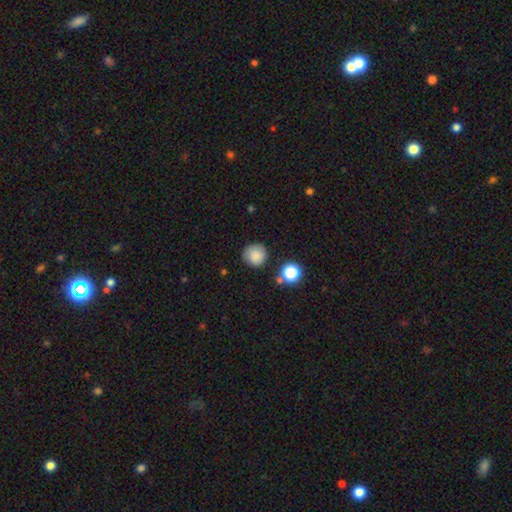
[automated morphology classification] Smooth or featured? Predicted: smooth (p=0.84). How rounded? Predicted: round (p=0.93). Merging? Predicted: none (p=0.81).